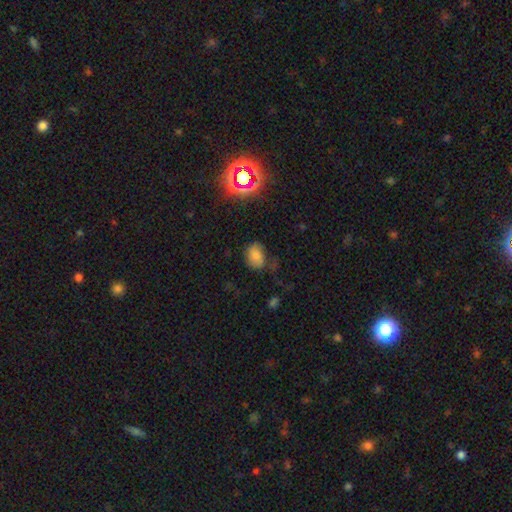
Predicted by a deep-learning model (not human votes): The model was most divided on "merging": none: 58%, minor disturbance: 27%, major disturbance: 12%, merger: 3%. More confident: smooth or featured — smooth (72%); how rounded — in between (70%).